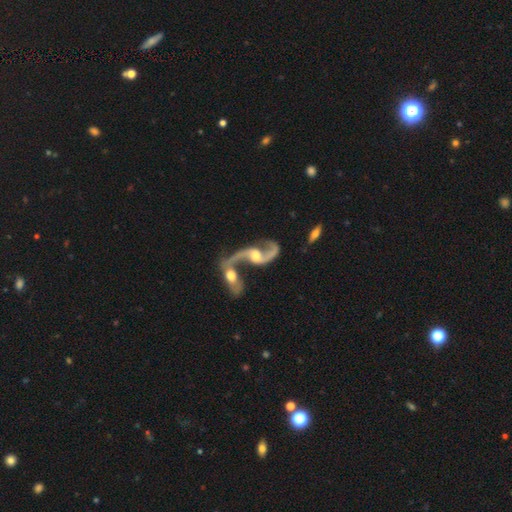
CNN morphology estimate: Smooth or featured? Predicted: featured or disk (p=0.89). Edge-on disk? Predicted: no (p=0.96). Bar? Predicted: no (p=0.49). Spiral arms? Predicted: yes (p=0.95). Spiral winding? Predicted: loose (p=0.78). Spiral arm count? Predicted: 2 (p=0.90). Bulge size? Predicted: moderate (p=0.61). Merging? Predicted: merger (p=0.62).